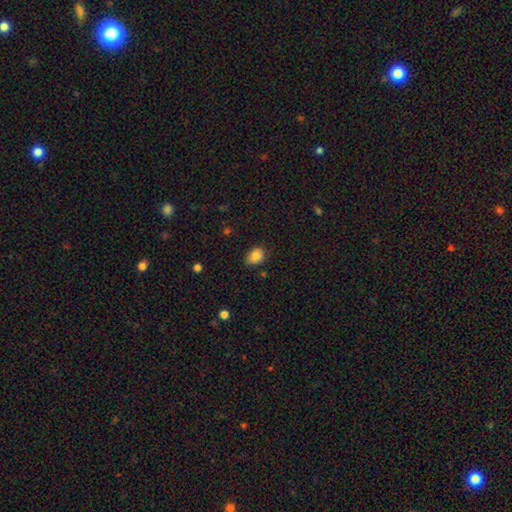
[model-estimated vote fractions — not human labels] This appears to be a smooth galaxy with no disk features (85%) that is in between round and cigar-shaped (64%). Merging: none (71%).